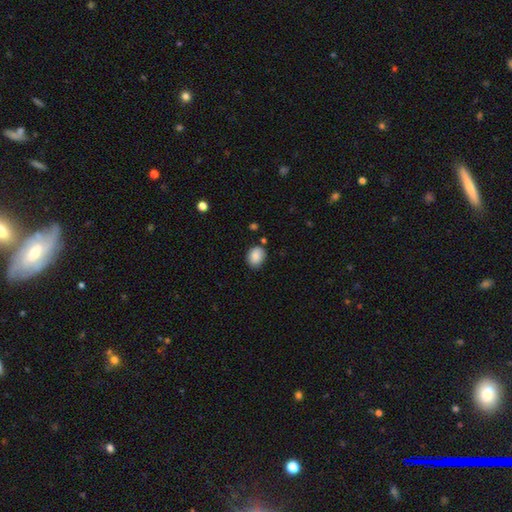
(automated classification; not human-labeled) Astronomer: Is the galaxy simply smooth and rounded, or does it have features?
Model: smooth — 86%.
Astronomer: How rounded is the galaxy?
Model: in between — 56% (runner-up: round, 44%).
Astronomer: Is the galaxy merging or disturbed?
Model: none — 80%.